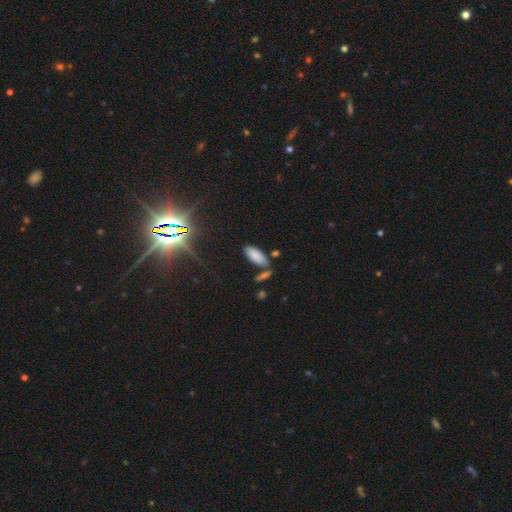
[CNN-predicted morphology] smooth-or-featured: smooth: 82% | star or artifact: 10% | featured or disk: 8%
  how-rounded: in between: 85% | cigar-shaped: 13% | round: 2%
  merging: none: 69% | minor disturbance: 15% | merger: 12% | major disturbance: 4%